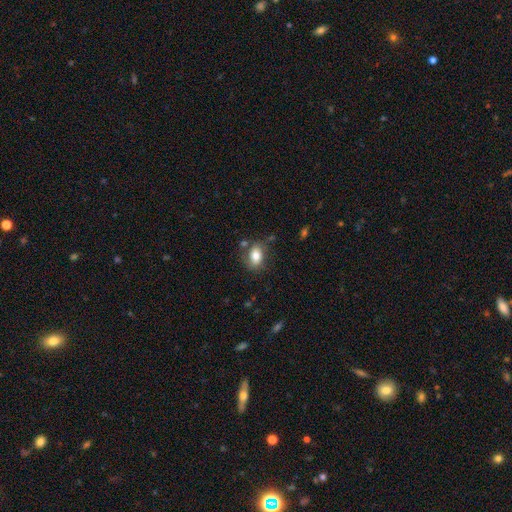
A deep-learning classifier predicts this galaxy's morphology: This is likely a smooth galaxy (79%). How rounded: likely in between (79%). Merging: likely none (71%).